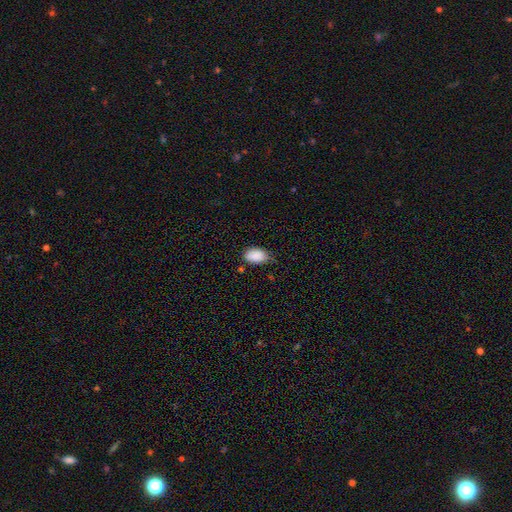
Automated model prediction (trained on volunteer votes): Q: Smooth or featured?
A: smooth (89%); runner-up: star or artifact (7%)
Q: How rounded?
A: in between (92%); runner-up: round (7%)
Q: Merging?
A: none (71%); runner-up: minor disturbance (23%)